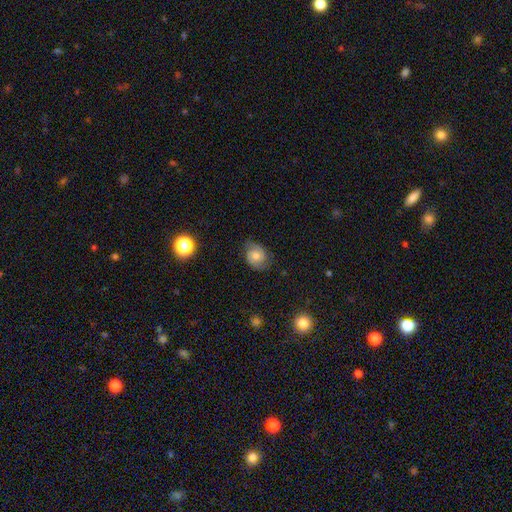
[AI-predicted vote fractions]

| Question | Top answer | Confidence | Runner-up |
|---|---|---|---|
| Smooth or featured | featured or disk | 63% | smooth (27%) |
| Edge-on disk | no | 97% | yes (3%) |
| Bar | no | 68% | weak (27%) |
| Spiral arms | yes | 91% | no (9%) |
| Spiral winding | medium | 45% | tight (39%) |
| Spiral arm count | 2 | 86% | can't tell (8%) |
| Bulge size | moderate | 63% | small (29%) |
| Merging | none | 76% | minor disturbance (18%) |